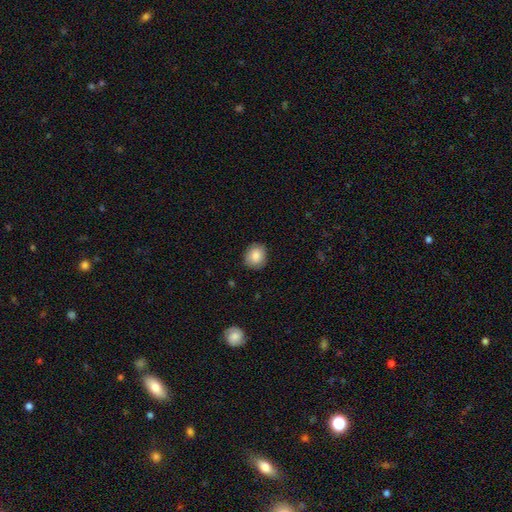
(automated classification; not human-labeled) This is clearly a smooth galaxy (85%). How rounded: likely round (79%). Merging: clearly none (87%).